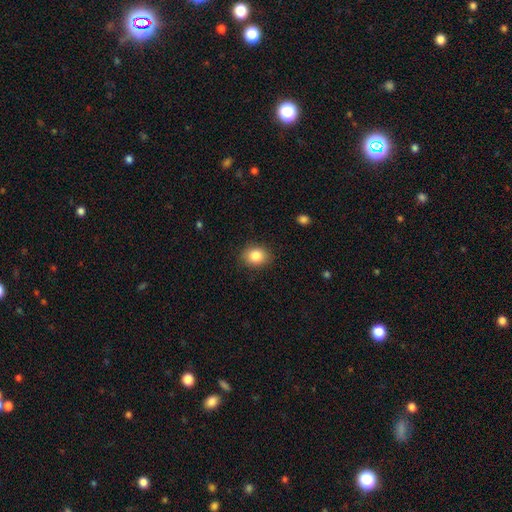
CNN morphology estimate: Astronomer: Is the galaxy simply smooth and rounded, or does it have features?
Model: smooth — 84%.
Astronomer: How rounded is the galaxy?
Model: round — 54% (runner-up: in between, 45%).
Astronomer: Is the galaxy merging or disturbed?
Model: none — 87%.